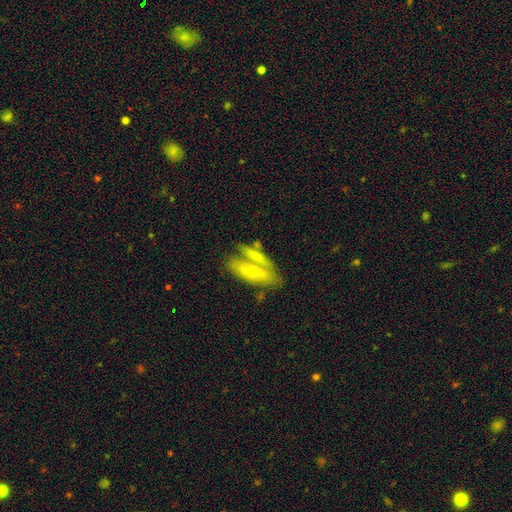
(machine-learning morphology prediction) This is possibly a smooth galaxy (52%). How rounded: possibly in between (54%). Merging: marginally merger (44%).